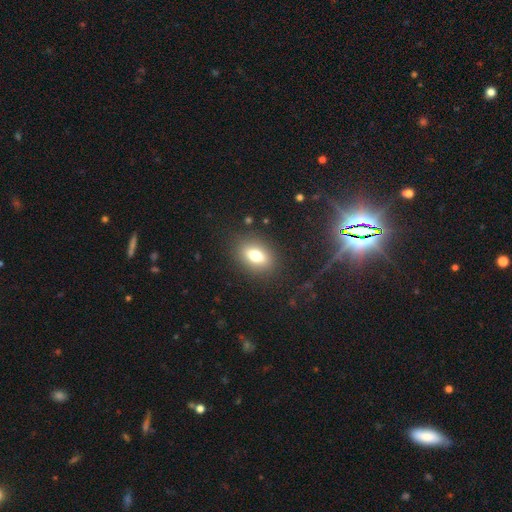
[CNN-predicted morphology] Smooth or featured? smooth (73%)
How rounded? in between (76%)
Merging? none (85%)